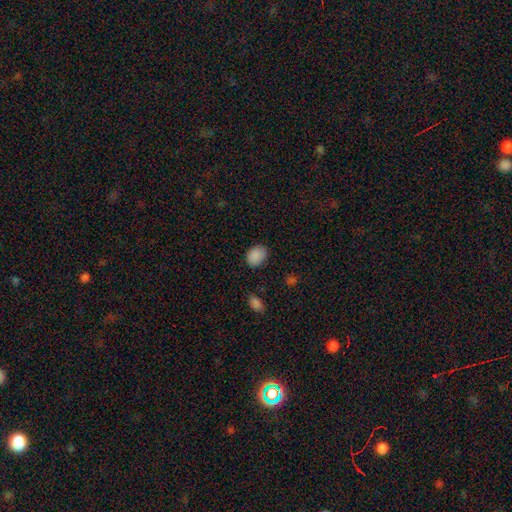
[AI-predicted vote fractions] smooth_or_featured: smooth (p=0.88) [alt: star or artifact p=0.09]
how_rounded: in between (p=0.55) [alt: round p=0.44]
merging: none (p=0.81) [alt: minor disturbance p=0.14]